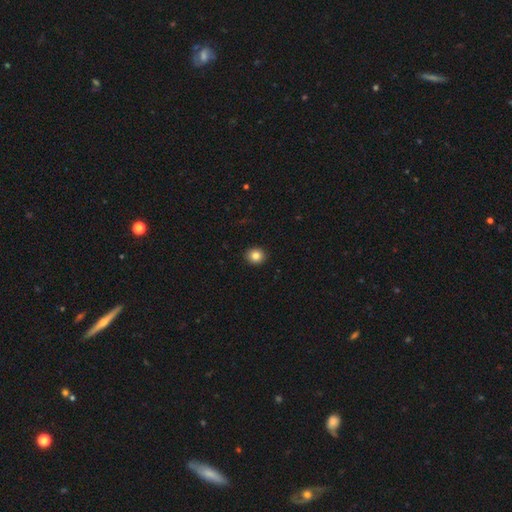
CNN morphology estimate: type=smooth (83%); roundness=round (82%); merging=none (92%).